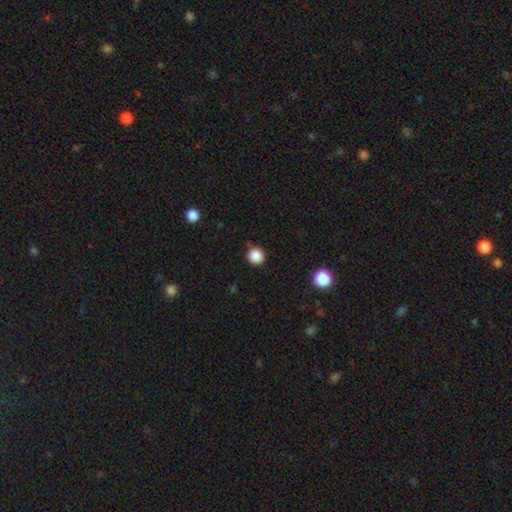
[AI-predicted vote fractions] This is clearly a smooth galaxy (86%). How rounded: clearly round (95%). Merging: clearly none (87%).